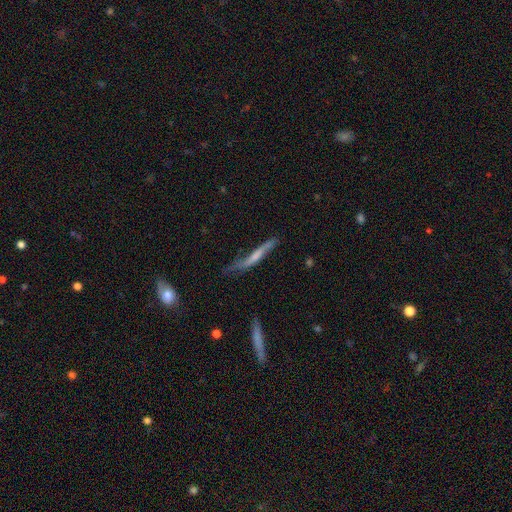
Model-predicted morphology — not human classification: featured or disk 57%, smooth 35%, star or artifact 8%. Down the decision tree: edge-on disk — yes (71%); merging — none (49%).